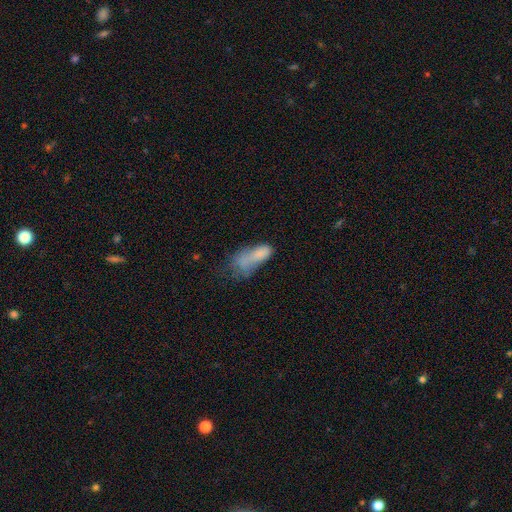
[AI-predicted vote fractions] Smooth or featured? Predicted: smooth (p=0.66). How rounded? Predicted: in between (p=0.78). Merging? Predicted: major disturbance (p=0.31).